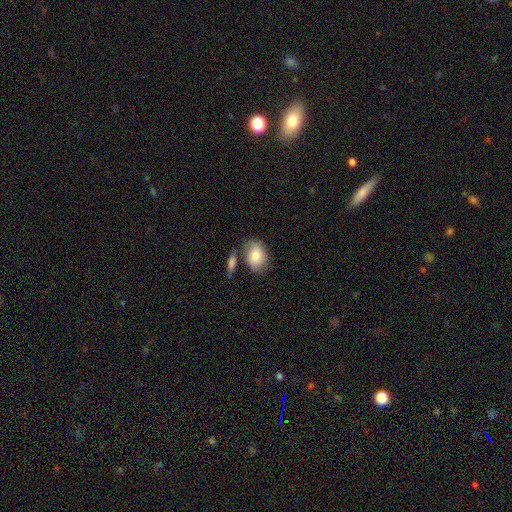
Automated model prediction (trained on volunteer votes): Smooth or featured: smooth — 82% (featured or disk — 12%)
How rounded: in between — 79% (round — 19%)
Merging: none — 57% (minor disturbance — 19%)